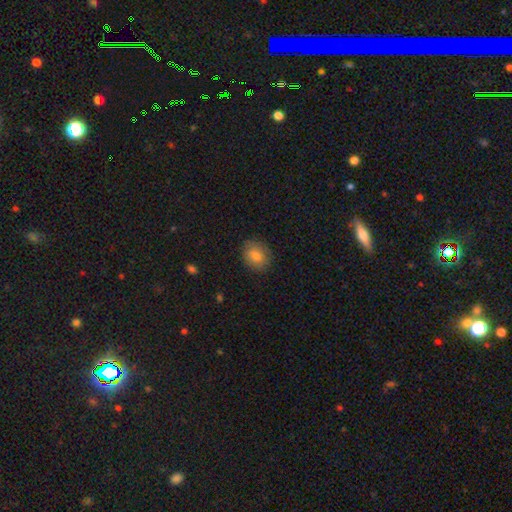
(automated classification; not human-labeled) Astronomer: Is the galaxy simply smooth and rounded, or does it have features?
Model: smooth — 80%.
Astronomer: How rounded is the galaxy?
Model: round — 51% (runner-up: in between, 48%).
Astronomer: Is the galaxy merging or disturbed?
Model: none — 85%.